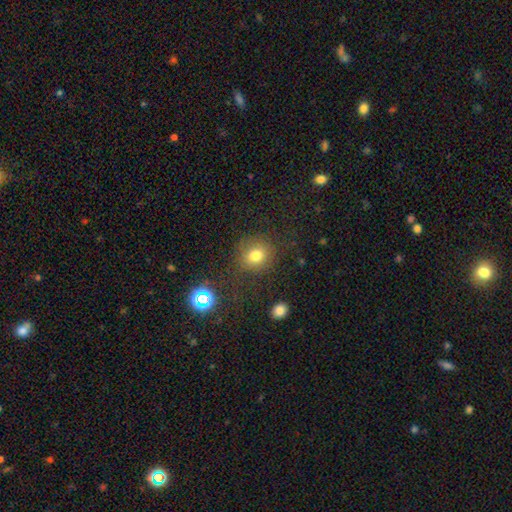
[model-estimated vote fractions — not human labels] Morphology: type=smooth (75%); roundness=round (80%); merging=none (78%).